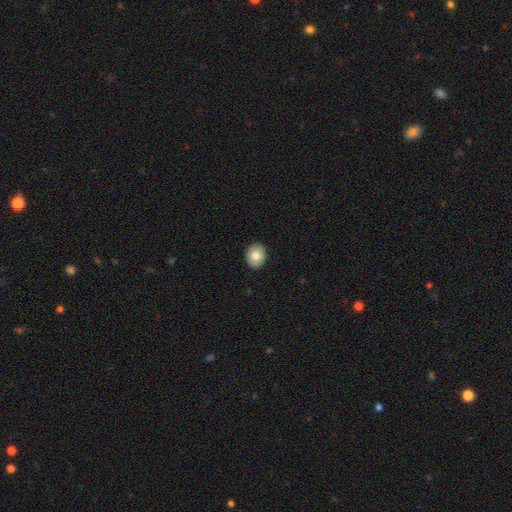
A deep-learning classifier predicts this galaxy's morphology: Smooth or featured: smooth — 74% (featured or disk — 19%)
How rounded: round — 67% (in between — 32%)
Merging: none — 90% (minor disturbance — 7%)